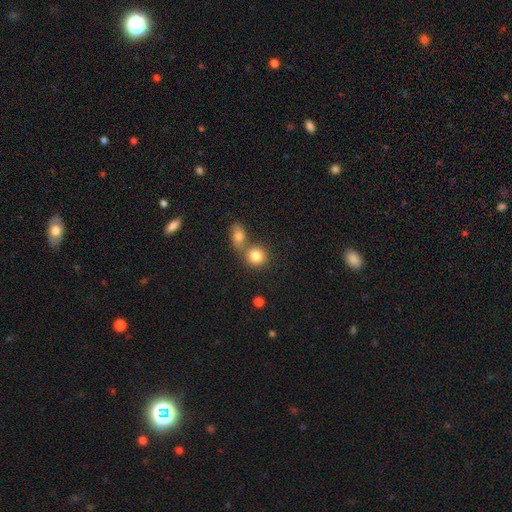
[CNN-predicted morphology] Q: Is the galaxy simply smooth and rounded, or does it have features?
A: smooth — 83%.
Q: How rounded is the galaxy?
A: round — 82%.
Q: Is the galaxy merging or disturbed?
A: none — 45%, tied with merger.